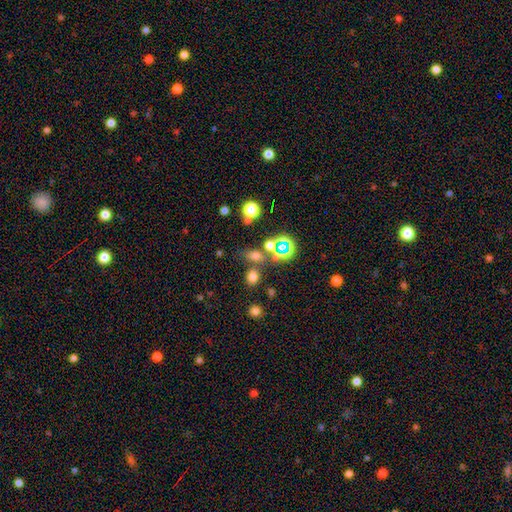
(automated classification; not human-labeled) Smooth or featured? Predicted: smooth (p=0.60). How rounded? Predicted: in between (p=0.64). Merging? Predicted: none (p=0.67).